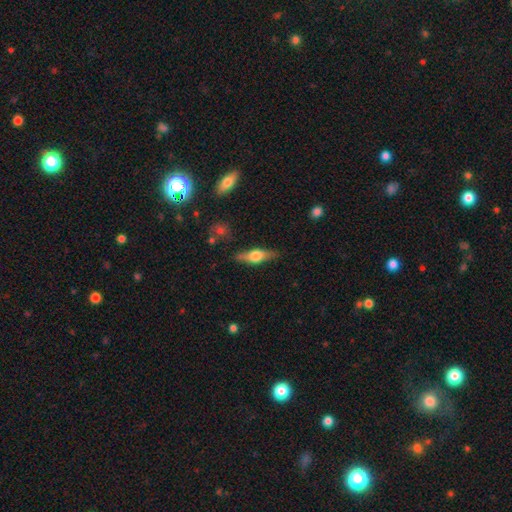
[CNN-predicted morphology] smooth-or-featured: featured or disk: 53% | smooth: 41% | star or artifact: 7%
  disk-edge-on: yes: 92% | no: 8%
  merging: none: 83% | minor disturbance: 12% | major disturbance: 3% | merger: 2%